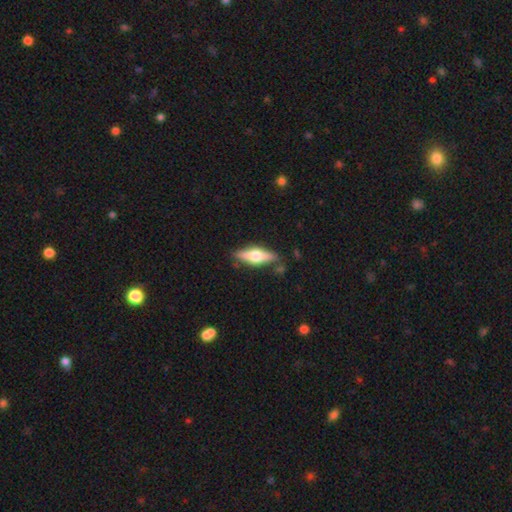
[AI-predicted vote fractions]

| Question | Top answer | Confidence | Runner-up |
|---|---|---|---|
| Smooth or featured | featured or disk | 57% | smooth (37%) |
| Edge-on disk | yes | 93% | no (7%) |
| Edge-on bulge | rounded | 93% | boxy (5%) |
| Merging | none | 82% | minor disturbance (12%) |